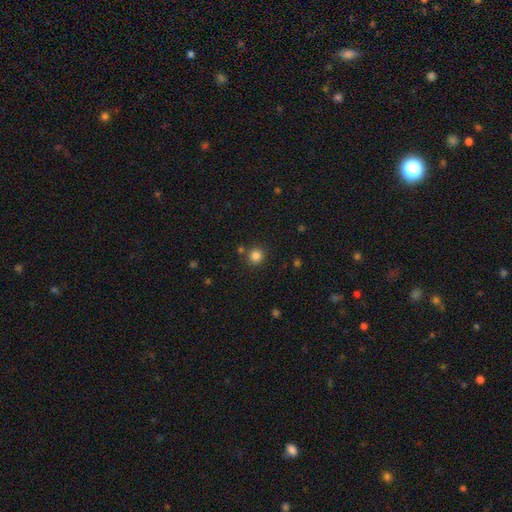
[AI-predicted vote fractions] This is clearly a smooth galaxy (83%). How rounded: clearly round (92%). Merging: clearly none (85%).